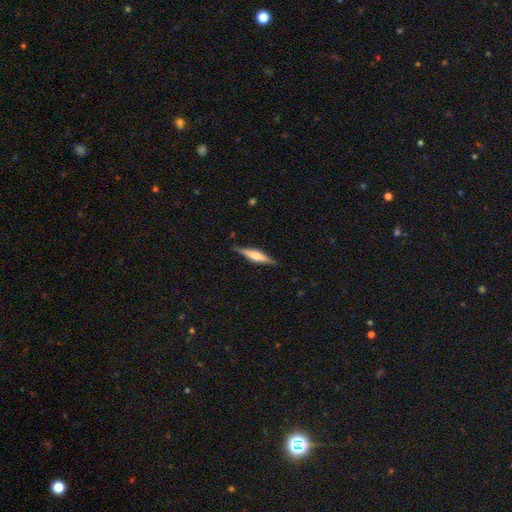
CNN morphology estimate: smooth_or_featured: featured or disk (p=0.59) [alt: smooth p=0.35]
disk_edge_on: yes (p=0.96) [alt: no p=0.04]
edge_on_bulge: rounded (p=0.65) [alt: boxy p=0.27]
merging: none (p=0.85) [alt: minor disturbance p=0.11]